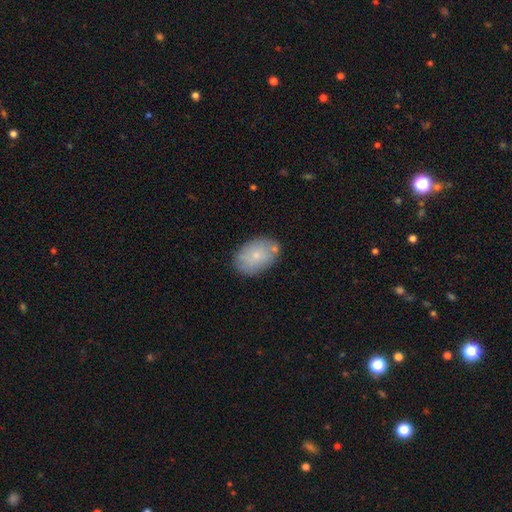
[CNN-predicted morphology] smooth_or_featured: smooth (p=0.70) [alt: featured or disk p=0.23]
how_rounded: in between (p=0.85) [alt: round p=0.14]
merging: none (p=0.73) [alt: minor disturbance p=0.18]